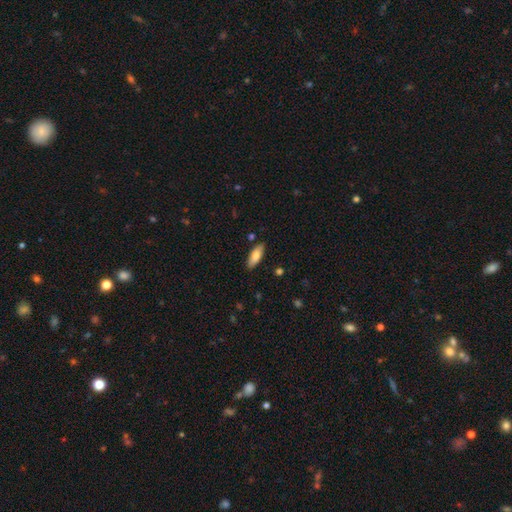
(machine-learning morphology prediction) Smooth or featured: smooth — 80% (featured or disk — 14%)
How rounded: in between — 70% (cigar-shaped — 28%)
Merging: none — 86% (minor disturbance — 10%)